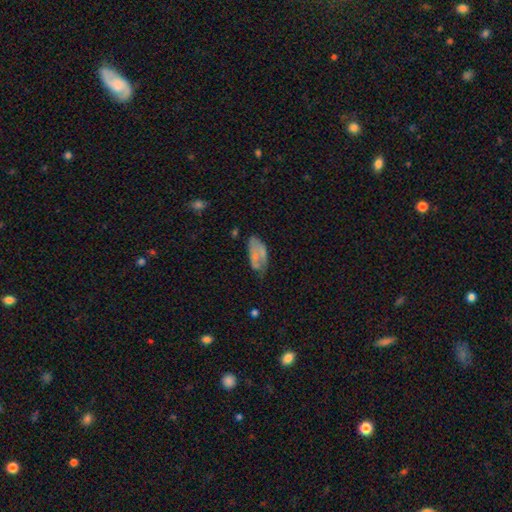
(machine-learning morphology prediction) This is possibly a smooth galaxy (50%). How rounded: clearly in between (90%). Merging: marginally none (41%).